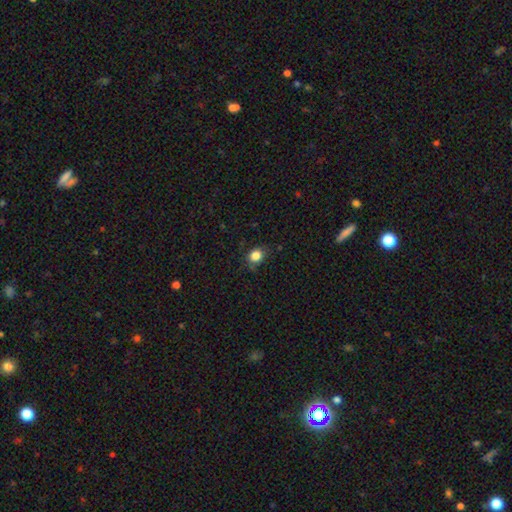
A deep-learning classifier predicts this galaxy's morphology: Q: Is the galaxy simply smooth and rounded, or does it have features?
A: smooth — 83%.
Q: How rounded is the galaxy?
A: round — 70%.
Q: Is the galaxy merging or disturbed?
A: none — 79%.